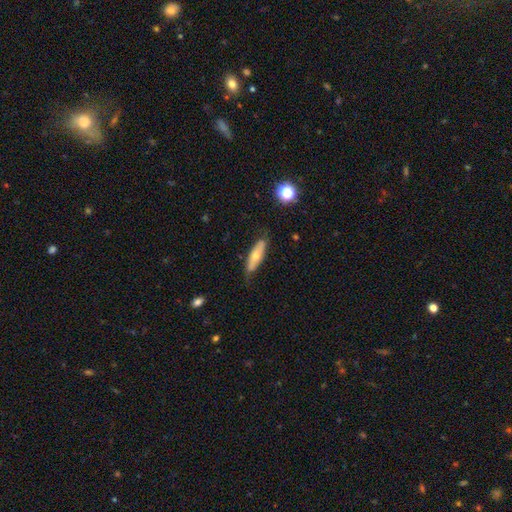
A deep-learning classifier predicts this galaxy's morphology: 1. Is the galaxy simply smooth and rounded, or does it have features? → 54% smooth, 39% featured or disk, 7% star or artifact.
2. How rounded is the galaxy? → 60% cigar-shaped, 38% in between, 2% round.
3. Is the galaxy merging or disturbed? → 77% none, 19% minor disturbance, 3% major disturbance, 1% merger.